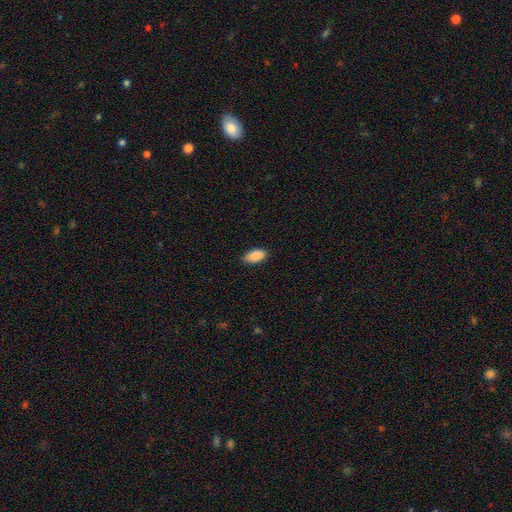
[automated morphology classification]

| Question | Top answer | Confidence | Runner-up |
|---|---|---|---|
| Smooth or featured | smooth | 89% | star or artifact (7%) |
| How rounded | in between | 92% | cigar-shaped (5%) |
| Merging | none | 84% | minor disturbance (13%) |